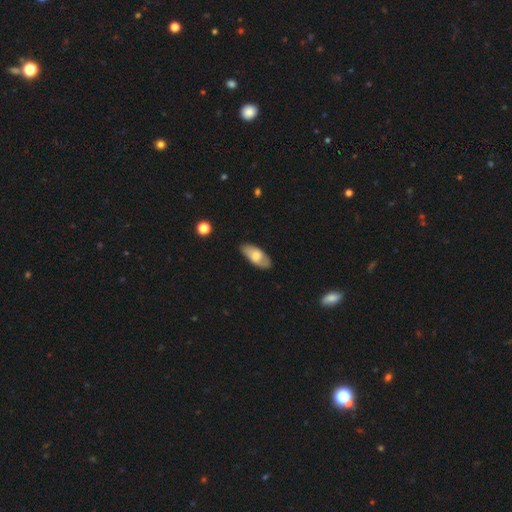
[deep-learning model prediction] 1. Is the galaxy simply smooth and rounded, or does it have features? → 67% smooth, 27% featured or disk, 6% star or artifact.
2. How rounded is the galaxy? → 87% in between, 11% cigar-shaped, 2% round.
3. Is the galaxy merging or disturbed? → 79% none, 17% minor disturbance, 3% major disturbance, 1% merger.